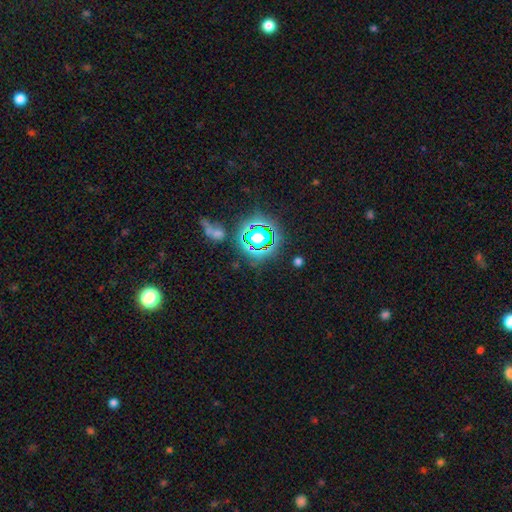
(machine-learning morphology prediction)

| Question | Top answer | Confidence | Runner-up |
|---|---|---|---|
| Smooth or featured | star or artifact | 79% | smooth (13%) |